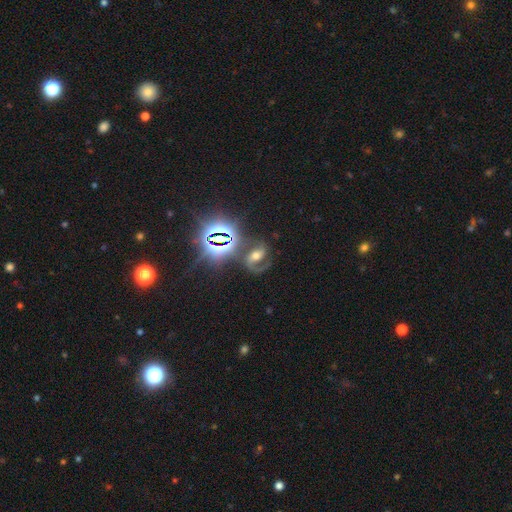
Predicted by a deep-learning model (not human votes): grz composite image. It shows a featured or disk galaxy (66%) with a strong bar (37%), 2 (76%) medium (54%) spiral arms (91%) and a moderate central bulge (68%). Merging: none (62%).